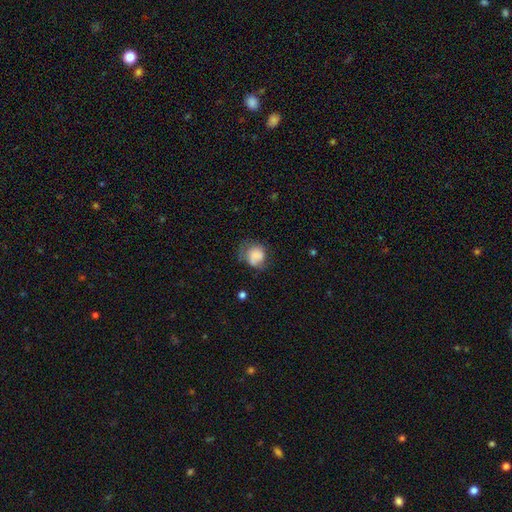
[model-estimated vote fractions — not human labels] Smooth or featured? smooth (71%)
How rounded? round (70%)
Merging? none (42%)